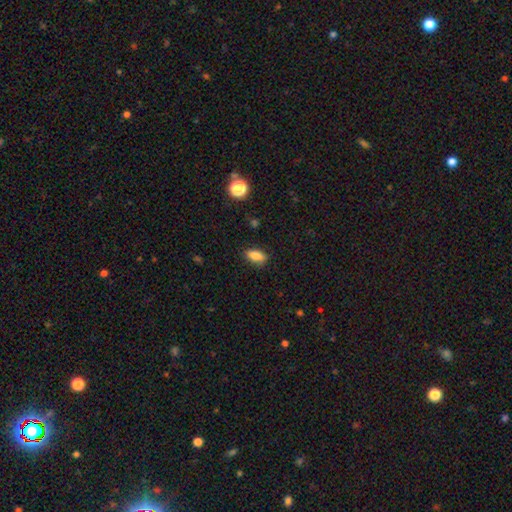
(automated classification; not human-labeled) smooth 82%, star or artifact 9%, featured or disk 9%. Down the decision tree: how rounded — in between (82%); merging — none (85%).